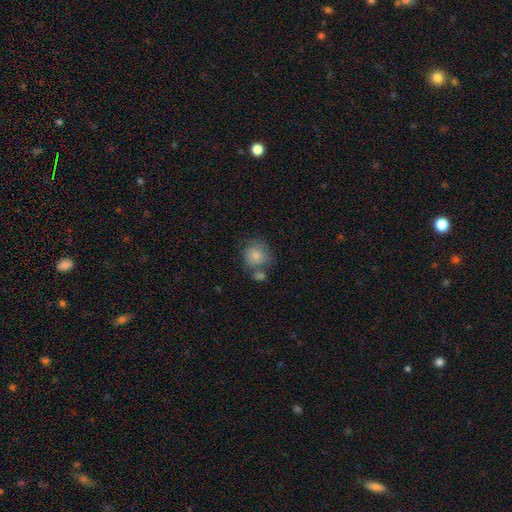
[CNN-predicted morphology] Smooth or featured? smooth (82%)
How rounded? round (83%)
Merging? none (53%)